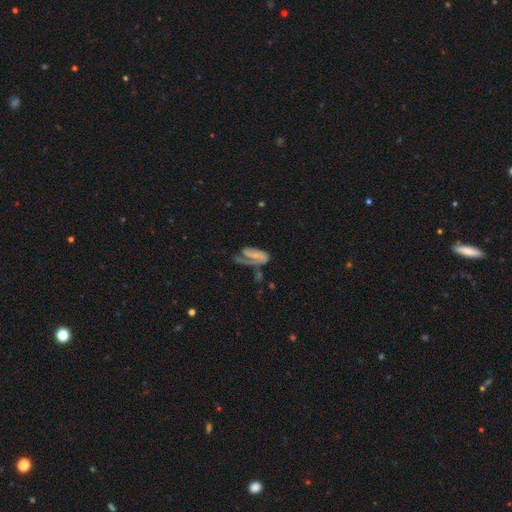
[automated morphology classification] smooth_or_featured: featured or disk (p=0.60) [alt: smooth p=0.30]
disk_edge_on: no (p=0.95) [alt: yes p=0.05]
bar: no (p=0.52) [alt: weak p=0.28]
has_spiral_arms: yes (p=0.79) [alt: no p=0.21]
bulge_size: none (p=0.47) [alt: small p=0.36]
merging: major disturbance (p=0.38) [alt: none p=0.29]